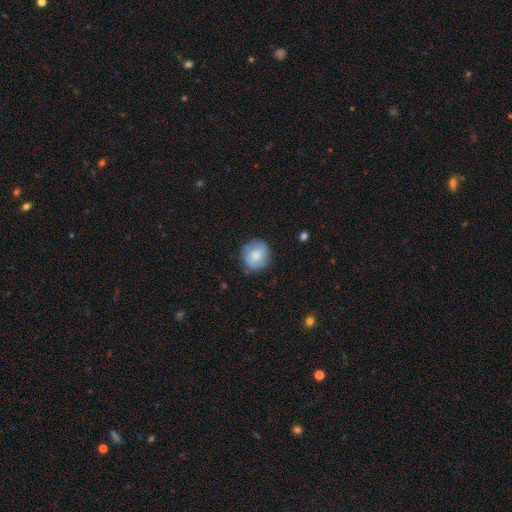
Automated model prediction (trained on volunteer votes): The model was most divided on "merging": none: 73%, minor disturbance: 20%, major disturbance: 5%, merger: 2%. More confident: how rounded — round (82%); smooth or featured — smooth (76%).